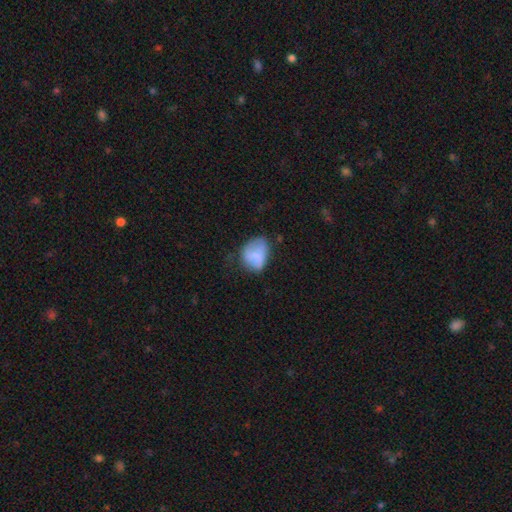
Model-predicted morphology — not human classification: smooth-or-featured: smooth: 74% | featured or disk: 17% | star or artifact: 9%
  how-rounded: in between: 68% | round: 31% | cigar-shaped: 1%
  merging: none: 40% | minor disturbance: 37% | major disturbance: 20% | merger: 3%